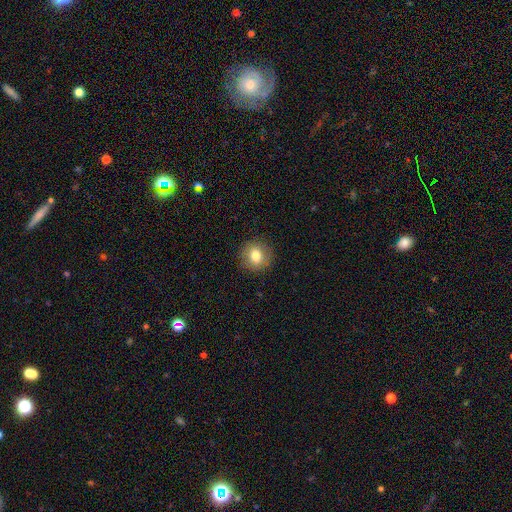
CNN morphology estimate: Q: Smooth or featured?
A: smooth (76%); runner-up: featured or disk (14%)
Q: How rounded?
A: round (87%); runner-up: in between (12%)
Q: Merging?
A: none (89%); runner-up: minor disturbance (8%)